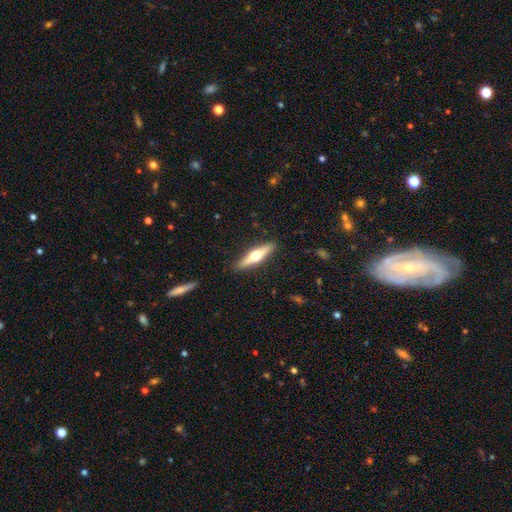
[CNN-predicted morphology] Q: Smooth or featured?
A: featured or disk (58%); runner-up: smooth (37%)
Q: Edge-on disk?
A: yes (95%); runner-up: no (5%)
Q: Edge-on bulge?
A: rounded (95%); runner-up: none (3%)
Q: Merging?
A: none (90%); runner-up: minor disturbance (7%)